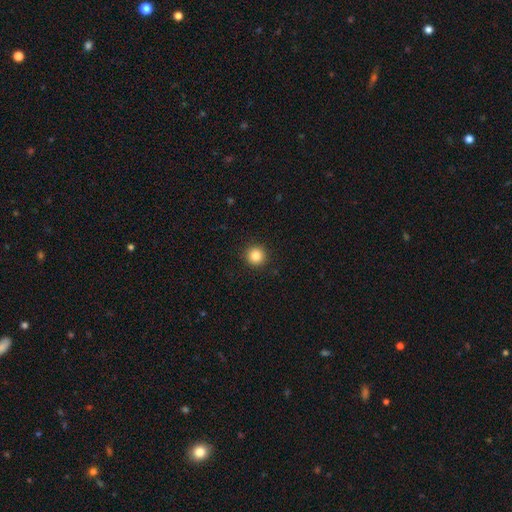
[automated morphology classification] This is clearly a smooth galaxy (84%). How rounded: clearly round (95%). Merging: clearly none (93%).